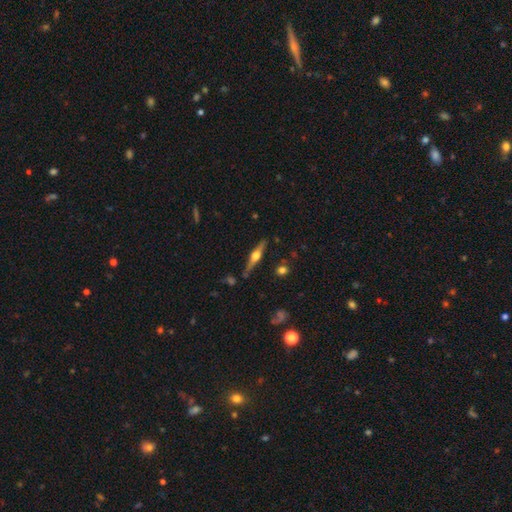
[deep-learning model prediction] Smooth or featured? Predicted: featured or disk (p=0.73). Edge-on disk? Predicted: yes (p=0.97). Edge-on bulge? Predicted: rounded (p=0.94). Merging? Predicted: none (p=0.83).